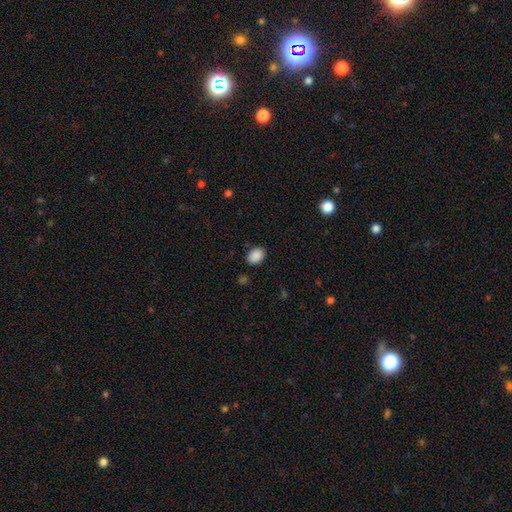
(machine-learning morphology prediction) smooth_or_featured: smooth (p=0.89) [alt: star or artifact p=0.08]
how_rounded: in between (p=0.70) [alt: round p=0.29]
merging: none (p=0.86) [alt: minor disturbance p=0.10]